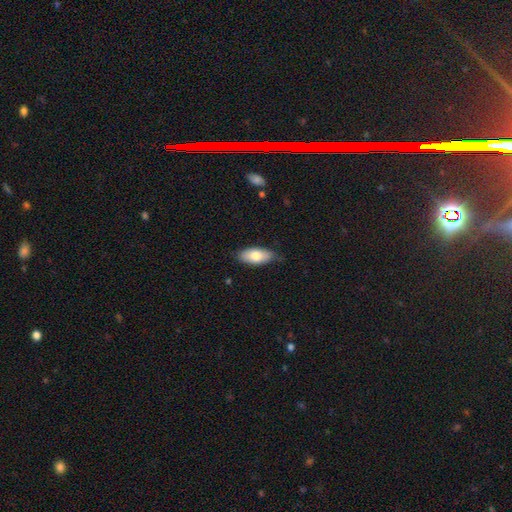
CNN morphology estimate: A smooth galaxy with no disk features (76%) that is in between round and cigar-shaped (87%). Merging: none (76%).